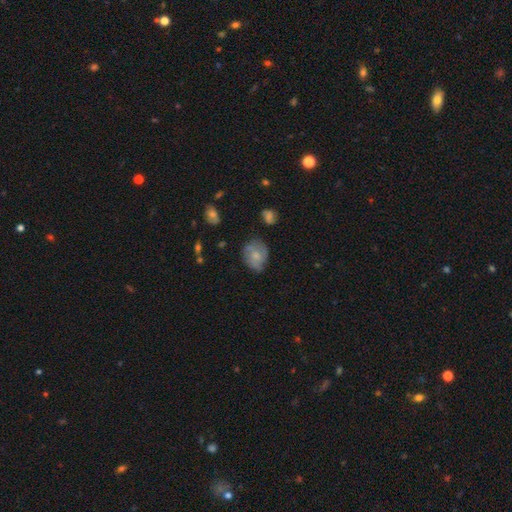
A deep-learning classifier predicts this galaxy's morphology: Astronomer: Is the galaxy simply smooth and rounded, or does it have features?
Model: smooth — 56% (runner-up: featured or disk, 36%).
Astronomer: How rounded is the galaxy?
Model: round — 55% (runner-up: in between, 44%).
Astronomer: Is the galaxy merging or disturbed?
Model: none — 60%.